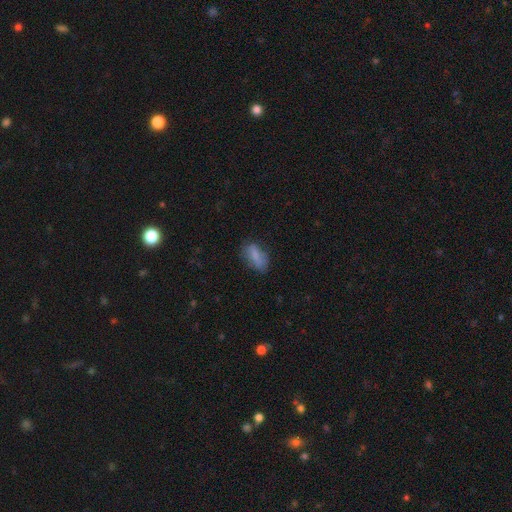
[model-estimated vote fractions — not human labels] This appears to be a smooth galaxy with no disk features (77%) that is in between round and cigar-shaped (87%). Merging: none (64%).